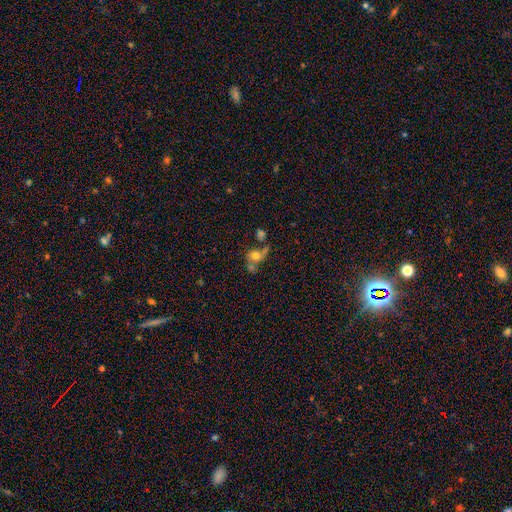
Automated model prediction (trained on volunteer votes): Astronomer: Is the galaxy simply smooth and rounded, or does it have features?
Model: smooth — 53% (runner-up: featured or disk, 32%).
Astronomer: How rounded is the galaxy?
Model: round — 58% (runner-up: in between, 39%).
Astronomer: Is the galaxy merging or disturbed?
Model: merger — 45% (runner-up: none, 26%).